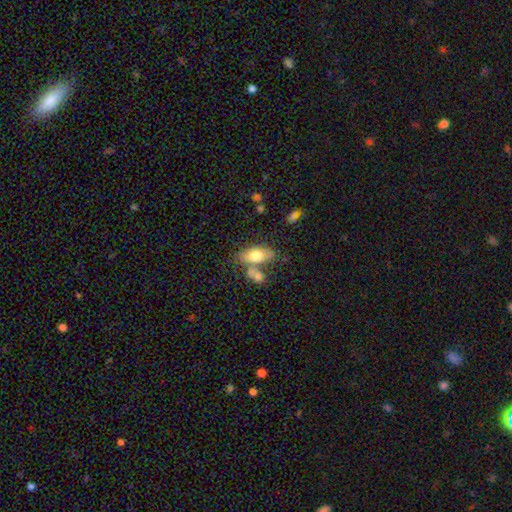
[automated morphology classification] The model was most divided on "merging": none: 51%, merger: 28%, minor disturbance: 15%, major disturbance: 6%. More confident: how rounded — in between (87%); smooth or featured — smooth (71%).